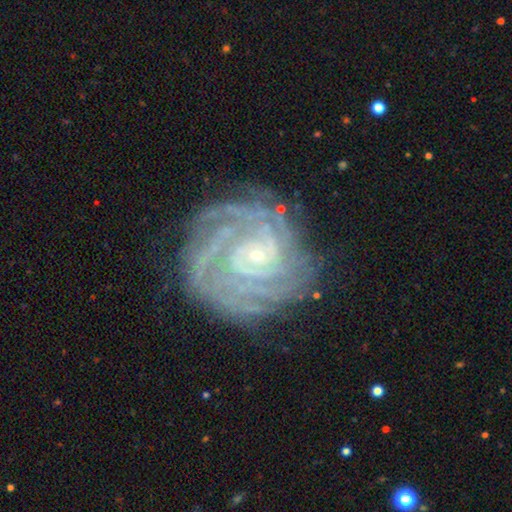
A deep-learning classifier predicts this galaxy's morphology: Smooth or featured?
  - featured or disk: 87% *
  - star or artifact: 7%
  - smooth: 5%
Edge-on disk?
  - no: 97% *
  - yes: 3%
Bar?
  - no: 67% *
  - weak: 23%
  - strong: 9%
Spiral arms?
  - yes: 97% *
  - no: 3%
Spiral winding?
  - tight: 81% *
  - medium: 17%
  - loose: 3%
Spiral arm count?
  - can't tell: 23% *
  - 4: 20%
  - 3: 18%
  - 2: 16%
  - more than 4: 15%
  - 1: 7%
Bulge size?
  - small: 85% *
  - moderate: 10%
  - none: 2%
  - large: 1%
  - dominant: 1%
Merging?
  - none: 75% *
  - minor disturbance: 17%
  - major disturbance: 7%
  - merger: 2%